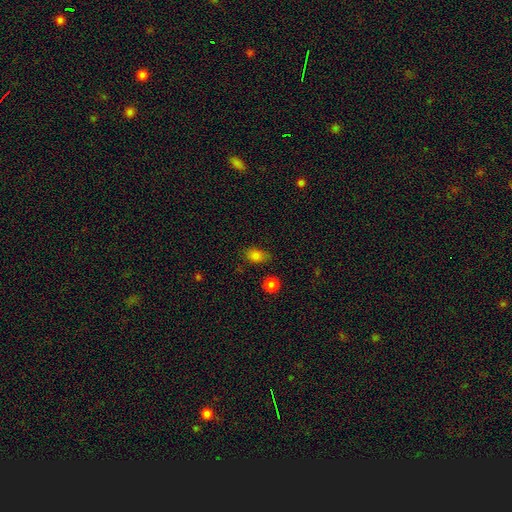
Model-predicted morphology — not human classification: smooth 81%, star or artifact 13%, featured or disk 6%. Down the decision tree: how rounded — in between (74%); merging — none (73%).